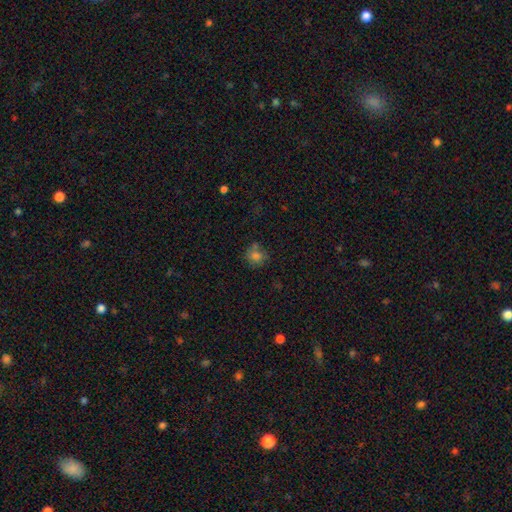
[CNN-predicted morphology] The model was most divided on "merging": none: 64%, minor disturbance: 16%, merger: 15%, major disturbance: 5%. More confident: how rounded — round (79%); smooth or featured — smooth (77%).